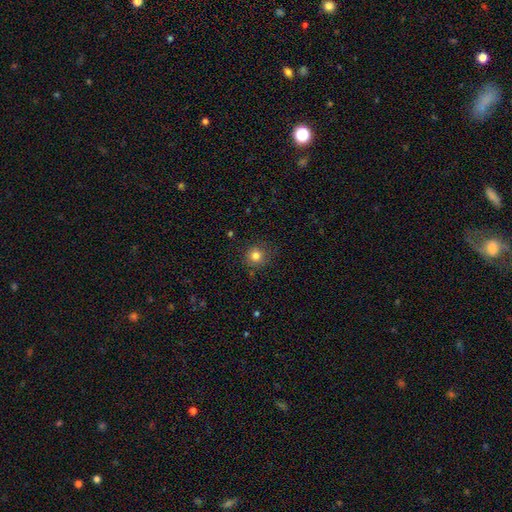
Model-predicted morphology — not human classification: Q: Smooth or featured?
A: smooth (81%); runner-up: star or artifact (13%)
Q: How rounded?
A: round (92%); runner-up: in between (7%)
Q: Merging?
A: none (85%); runner-up: minor disturbance (10%)